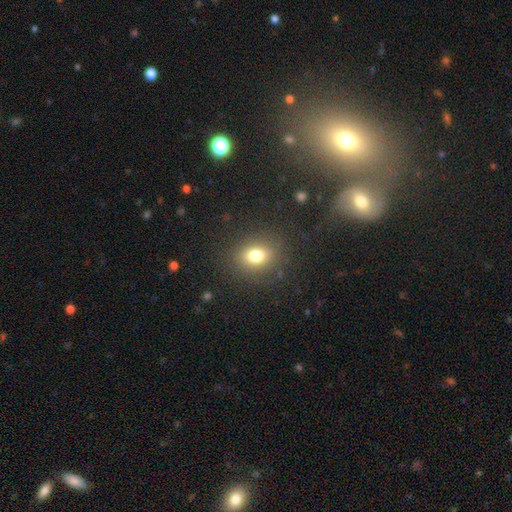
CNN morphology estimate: smooth_or_featured: smooth (p=0.77) [alt: star or artifact p=0.14]
how_rounded: round (p=0.50) [alt: in between p=0.48]
merging: none (p=0.85) [alt: minor disturbance p=0.09]